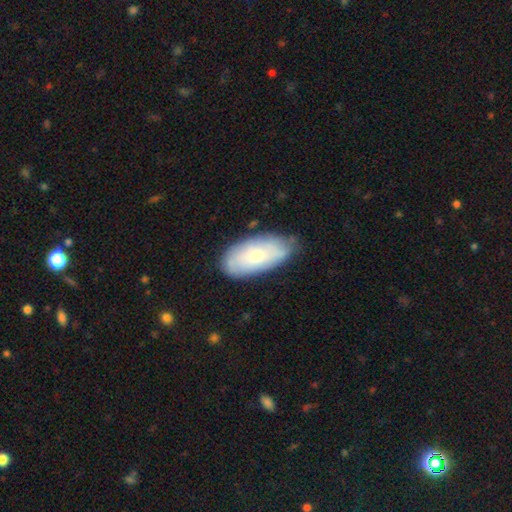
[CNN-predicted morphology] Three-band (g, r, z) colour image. It shows a smooth galaxy with no disk features (60%) that is in between round and cigar-shaped (92%). Merging: none (70%).